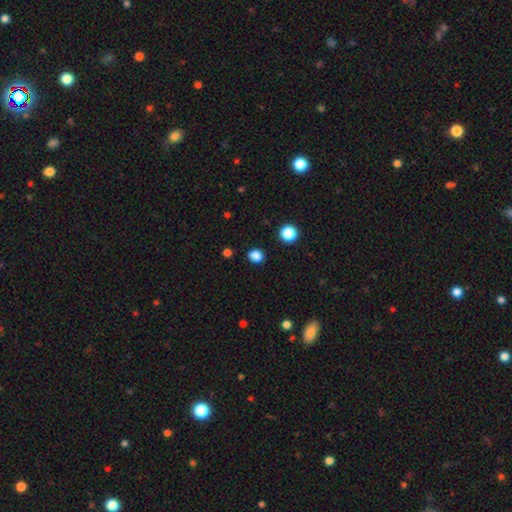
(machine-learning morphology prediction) smooth 85%, star or artifact 13%, featured or disk 3%. Down the decision tree: how rounded — round (64%); merging — none (88%).